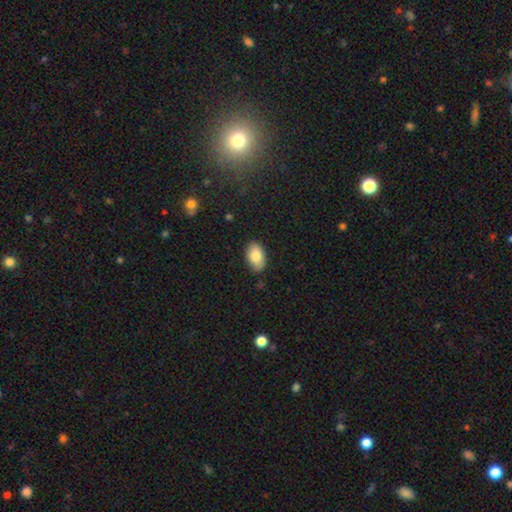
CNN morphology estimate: This appears to be a smooth galaxy with no disk features (84%) that is in between round and cigar-shaped (92%). Merging: none (84%).